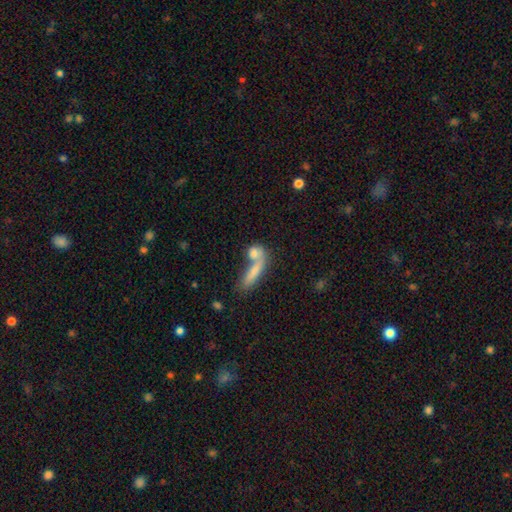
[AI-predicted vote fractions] A smooth galaxy with no disk features (74%) that is in between round and cigar-shaped (38%). Merging: merger (48%).